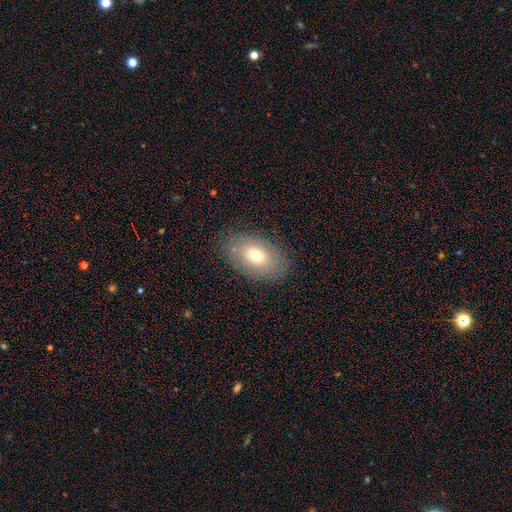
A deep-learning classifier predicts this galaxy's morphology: smooth_or_featured: smooth (p=0.67) [alt: featured or disk p=0.24]
how_rounded: in between (p=0.90) [alt: round p=0.08]
merging: none (p=0.84) [alt: minor disturbance p=0.12]